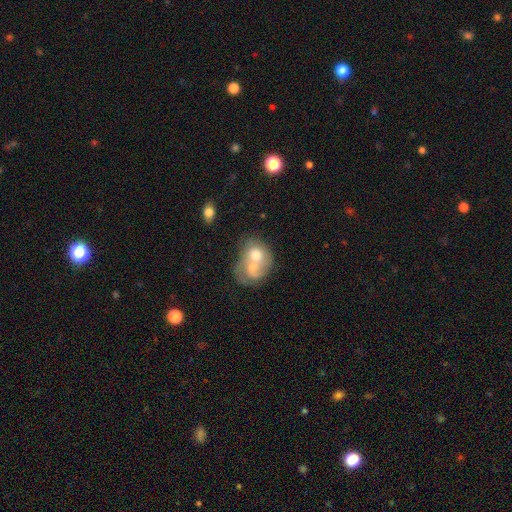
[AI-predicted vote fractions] A smooth galaxy with no disk features (49%).

Vote fractions:
- Smooth or featured? smooth: 49% / featured or disk: 45% / star or artifact: 6%
- Merging? merger: 76% / none: 13% / minor disturbance: 6% / major disturbance: 5%